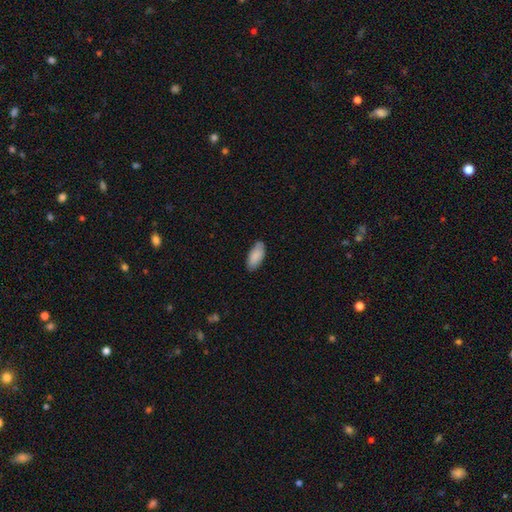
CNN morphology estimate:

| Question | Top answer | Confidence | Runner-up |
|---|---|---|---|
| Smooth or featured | smooth | 87% | featured or disk (7%) |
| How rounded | in between | 91% | cigar-shaped (8%) |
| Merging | none | 78% | minor disturbance (18%) |